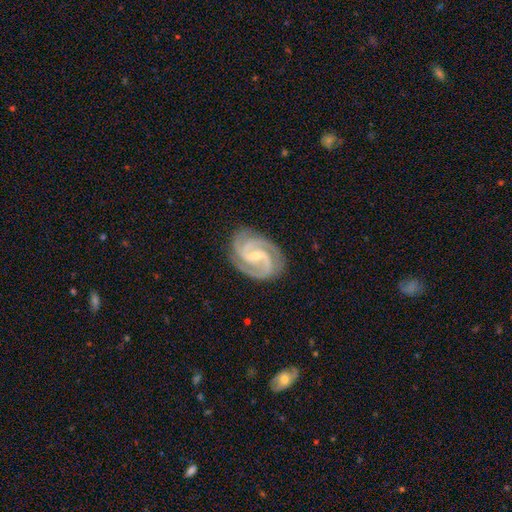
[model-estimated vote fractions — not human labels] smooth-or-featured: featured or disk: 93% | star or artifact: 4% | smooth: 3%
  disk-edge-on: no: 98% | yes: 2%
    bar: weak: 44% | no: 33% | strong: 23%
    has-spiral-arms: yes: 99% | no: 1%
      spiral-winding: medium: 51% | tight: 43% | loose: 7%
      spiral-arm-count: 3: 44% | 2: 41% | 4: 5% | can't tell: 4% | 1: 3% | more than 4: 3%
    bulge-size: small: 73% | moderate: 24% | none: 2% | large: 1% | dominant: 1%
  merging: none: 81% | minor disturbance: 14% | major disturbance: 4% | merger: 1%